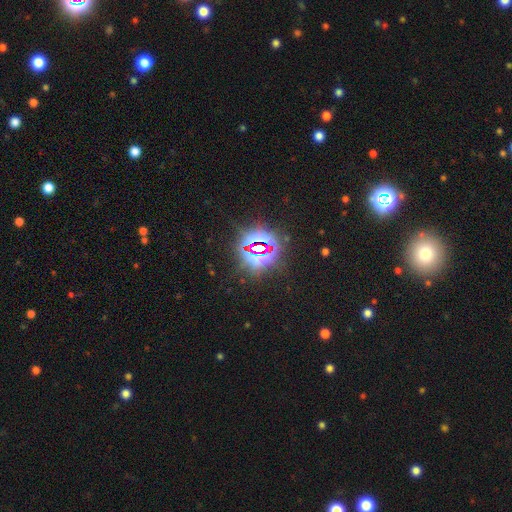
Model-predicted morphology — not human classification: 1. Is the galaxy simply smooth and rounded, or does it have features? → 82% star or artifact, 10% smooth, 7% featured or disk.